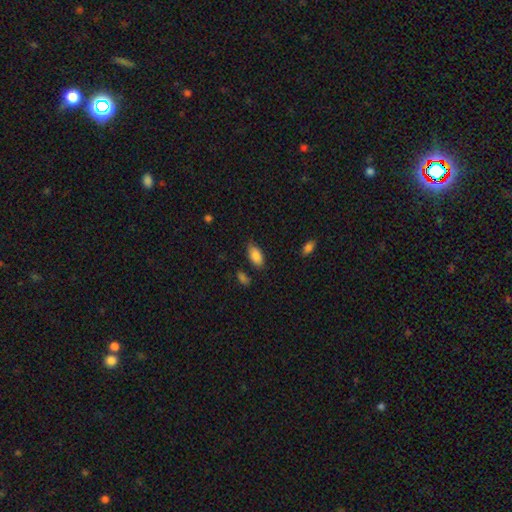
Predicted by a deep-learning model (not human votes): Smooth or featured? Predicted: smooth (p=0.85). How rounded? Predicted: in between (p=0.91). Merging? Predicted: none (p=0.68).